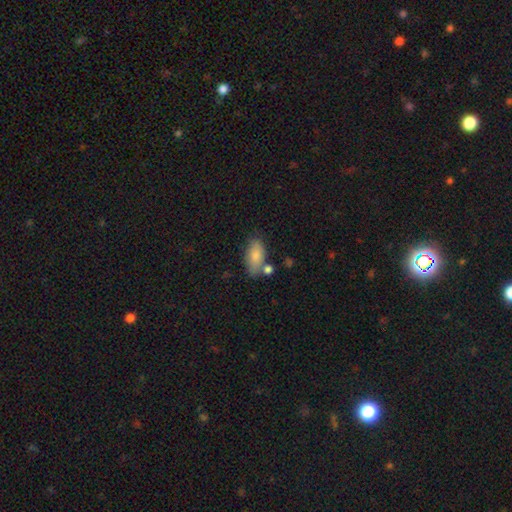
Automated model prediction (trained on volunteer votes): This is clearly a smooth galaxy (82%). How rounded: clearly in between (91%). Merging: likely none (61%).